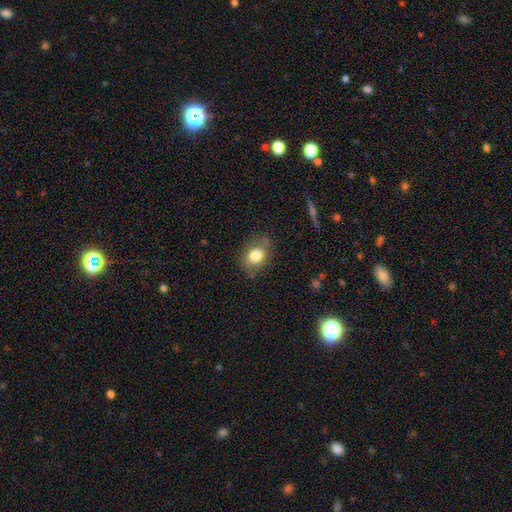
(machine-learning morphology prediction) Smooth or featured? Predicted: smooth (p=0.77). How rounded? Predicted: in between (p=0.62). Merging? Predicted: none (p=0.71).